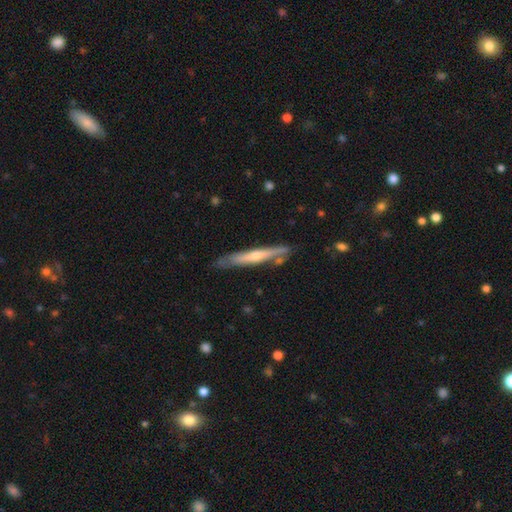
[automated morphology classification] smooth-or-featured: featured or disk: 54% | smooth: 40% | star or artifact: 5%
  disk-edge-on: yes: 91% | no: 9%
  merging: none: 74% | minor disturbance: 18% | merger: 5% | major disturbance: 3%